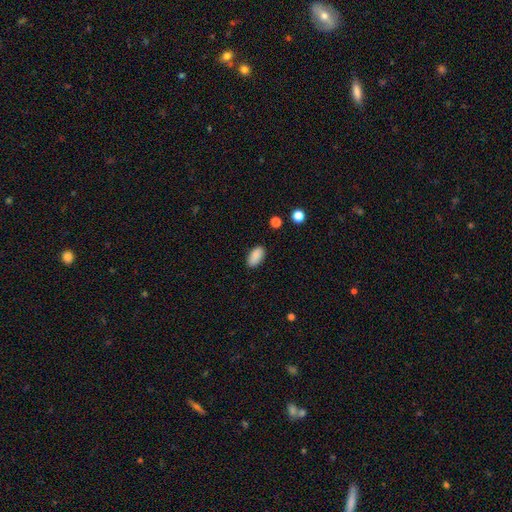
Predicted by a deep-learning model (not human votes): smooth 88%, star or artifact 8%, featured or disk 4%. Down the decision tree: how rounded — in between (94%); merging — none (87%).